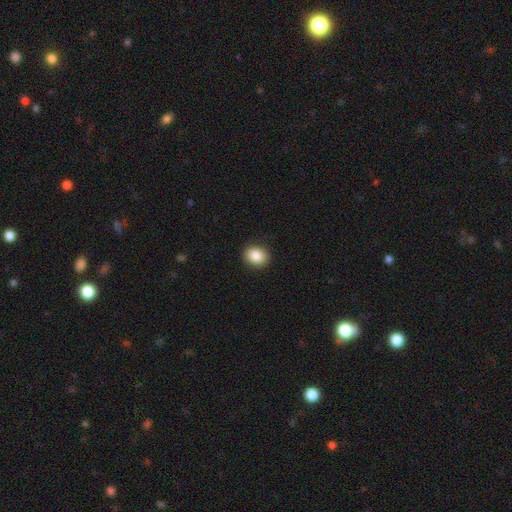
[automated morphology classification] This is clearly a smooth galaxy (86%). How rounded: likely round (61%). Merging: clearly none (91%).